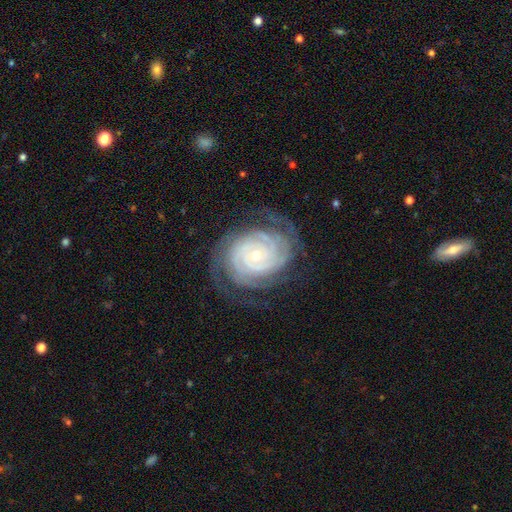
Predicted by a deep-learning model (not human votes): Morphology: type=featured or disk (91%); edge-on=no (97%); bar=no (73%); spiral arms=yes (98%); winding=tight (85%); arm count=2 (22%); bulge=small (75%); merging=none (76%).